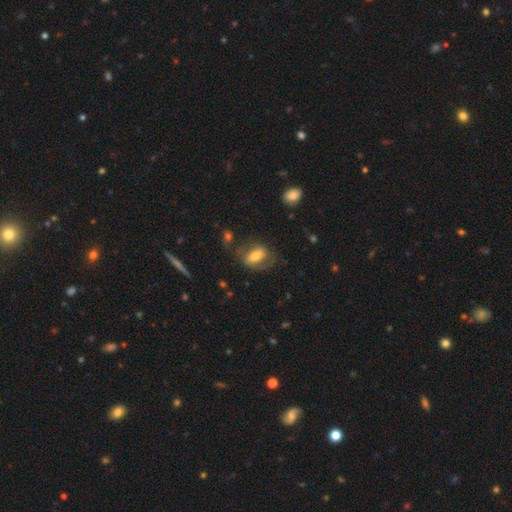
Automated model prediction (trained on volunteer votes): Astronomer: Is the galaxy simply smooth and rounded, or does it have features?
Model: featured or disk — 47% (runner-up: smooth, 46%).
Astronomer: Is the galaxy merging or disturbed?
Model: none — 55%.